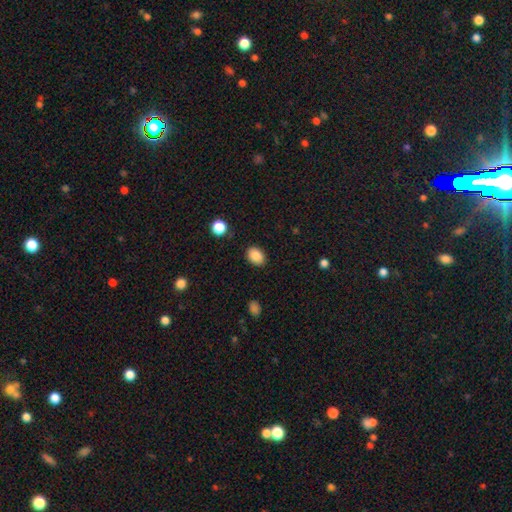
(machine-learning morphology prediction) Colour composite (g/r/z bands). It shows a smooth galaxy with no disk features (87%) that is in between round and cigar-shaped (75%). Merging: none (88%).